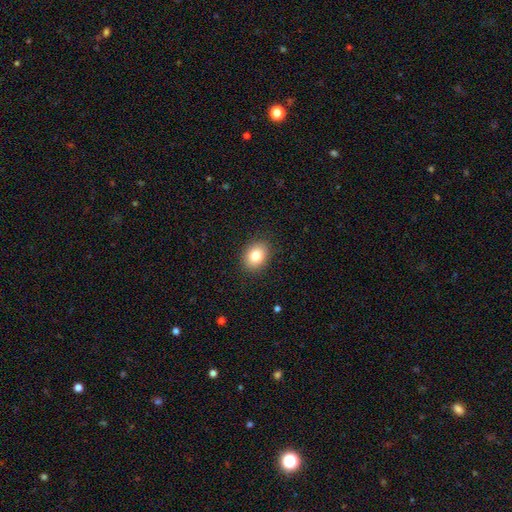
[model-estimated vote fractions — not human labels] smooth 82%, star or artifact 9%, featured or disk 9%. Down the decision tree: how rounded — in between (60%); merging — none (89%).